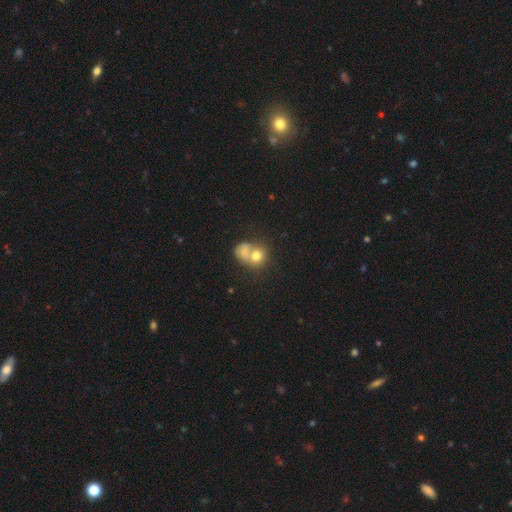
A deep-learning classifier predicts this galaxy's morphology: smooth-or-featured: smooth: 73% | featured or disk: 17% | star or artifact: 10%
  how-rounded: round: 69% | in between: 30% | cigar-shaped: 1%
  merging: merger: 58% | none: 28% | minor disturbance: 9% | major disturbance: 6%